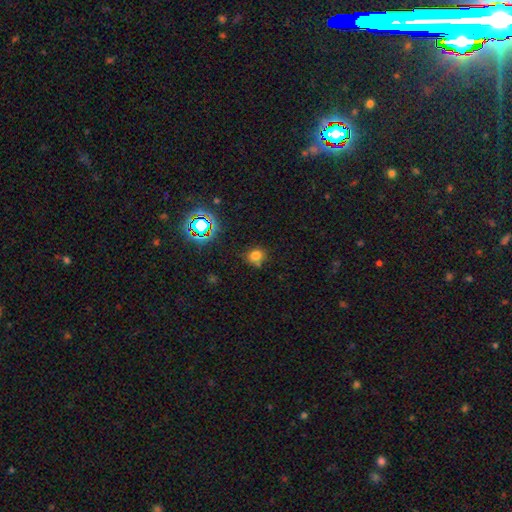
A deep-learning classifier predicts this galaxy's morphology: smooth 72%, star or artifact 20%, featured or disk 7%. Down the decision tree: how rounded — round (77%); merging — none (69%).